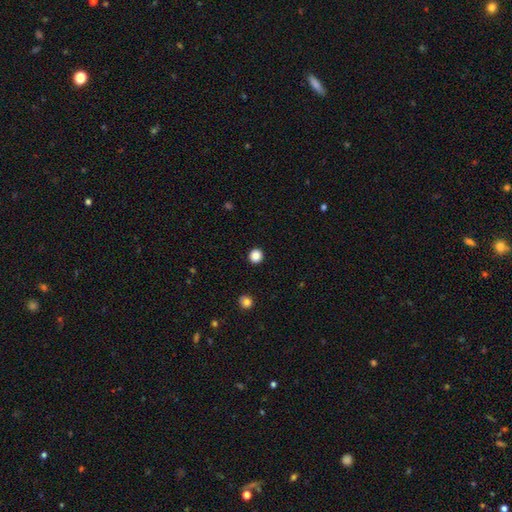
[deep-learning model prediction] Smooth or featured? Predicted: smooth (p=0.86). How rounded? Predicted: round (p=0.94). Merging? Predicted: none (p=0.94).